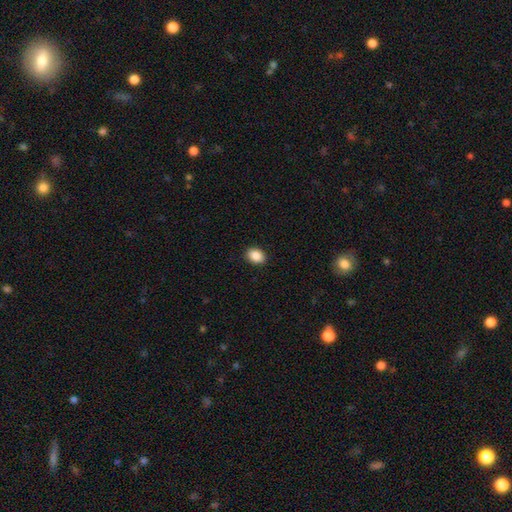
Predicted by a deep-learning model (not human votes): smooth-or-featured: smooth: 88% | star or artifact: 8% | featured or disk: 4%
  how-rounded: in between: 70% | round: 29% | cigar-shaped: 1%
  merging: none: 90% | minor disturbance: 7% | major disturbance: 2% | merger: 1%